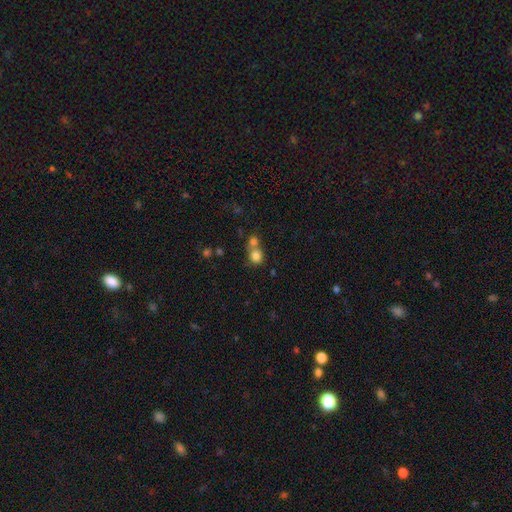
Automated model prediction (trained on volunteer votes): This appears to be a smooth galaxy with no disk features (79%) that is round (78%). Merging: merger (47%).